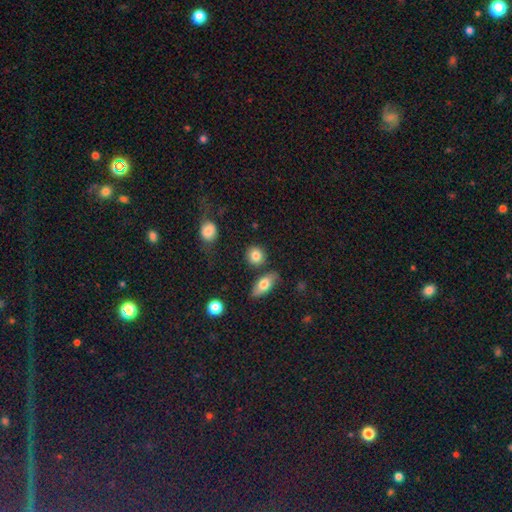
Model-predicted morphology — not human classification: Smooth or featured: smooth — 84% (star or artifact — 8%)
How rounded: round — 82% (in between — 17%)
Merging: none — 81% (minor disturbance — 9%)